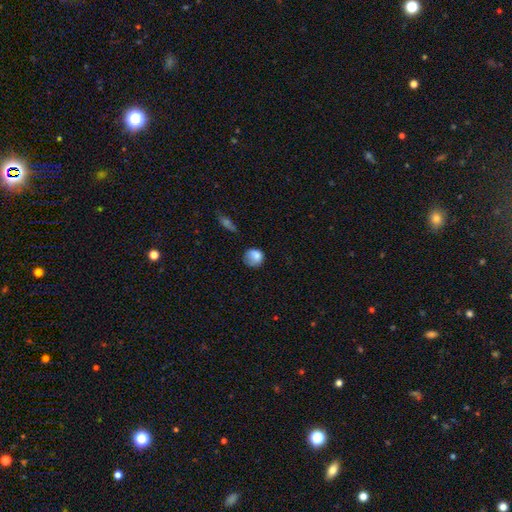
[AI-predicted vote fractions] A smooth galaxy with no disk features (80%) that is round (75%).

Vote fractions:
- Smooth or featured? smooth: 80% / featured or disk: 11% / star or artifact: 9%
- How rounded? round: 75% / in between: 23% / cigar-shaped: 1%
- Merging? none: 47% / minor disturbance: 33% / major disturbance: 16% / merger: 3%